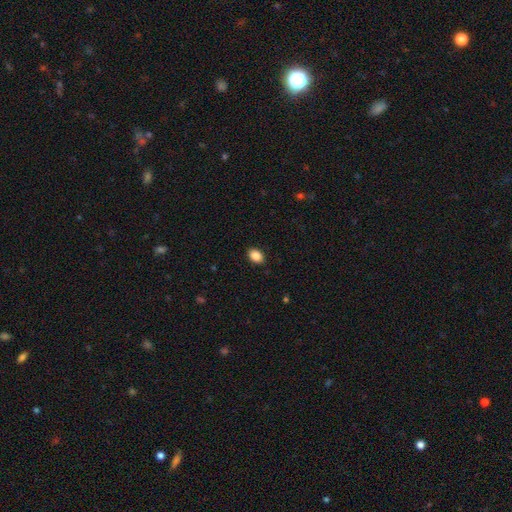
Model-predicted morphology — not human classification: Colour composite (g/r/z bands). It shows a smooth galaxy with no disk features (88%) that is in between round and cigar-shaped (80%). Merging: none (89%).